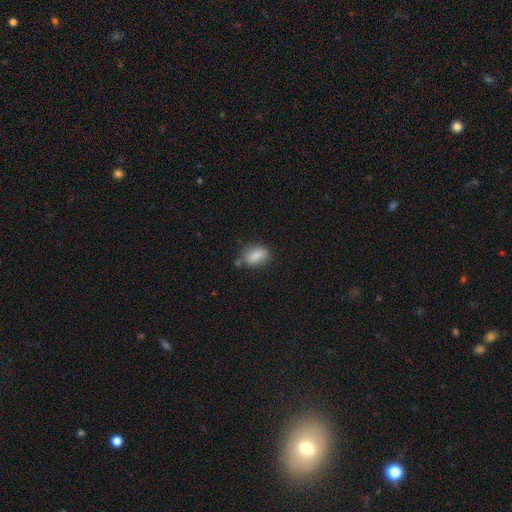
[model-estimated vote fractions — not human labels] A smooth galaxy with no disk features (83%) that is in between round and cigar-shaped (83%). Merging: none (63%).